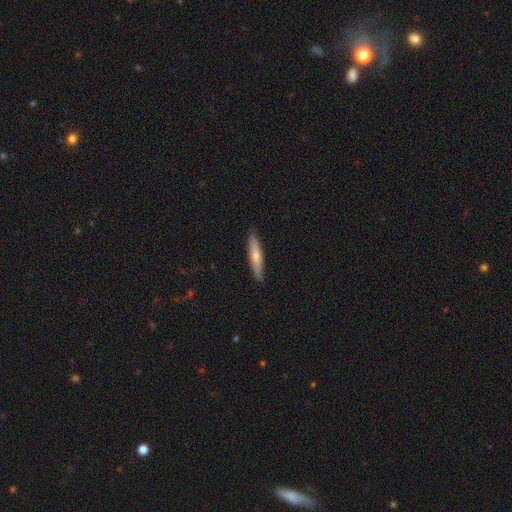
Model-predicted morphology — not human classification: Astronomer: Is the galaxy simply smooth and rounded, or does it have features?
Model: smooth — 66%.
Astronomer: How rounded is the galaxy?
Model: cigar-shaped — 87%.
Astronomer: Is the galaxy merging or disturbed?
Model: none — 88%.